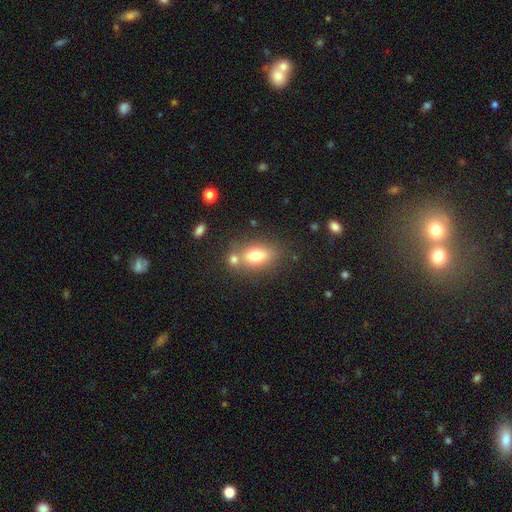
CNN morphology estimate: smooth_or_featured: smooth (p=0.75) [alt: featured or disk p=0.16]
how_rounded: in between (p=0.81) [alt: round p=0.13]
merging: none (p=0.53) [alt: merger p=0.30]